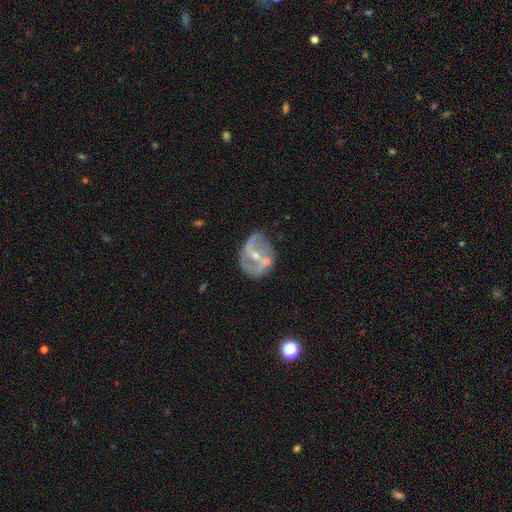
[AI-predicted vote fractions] This is likely a featured or disk galaxy (78%). It is clearly not viewed edge-on (96%). Bar: marginally weak (37%). Spiral arm pattern: likely yes (73%). Spiral arm count: likely 2 (77%). Spiral winding: marginally loose (45%). Central bulge: likely small (64%). Merging: possibly none (51%).